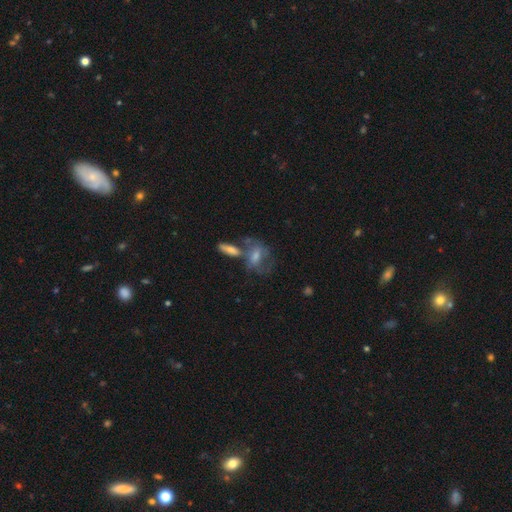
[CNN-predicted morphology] Smooth or featured? smooth (45%)
Merging? none (36%)